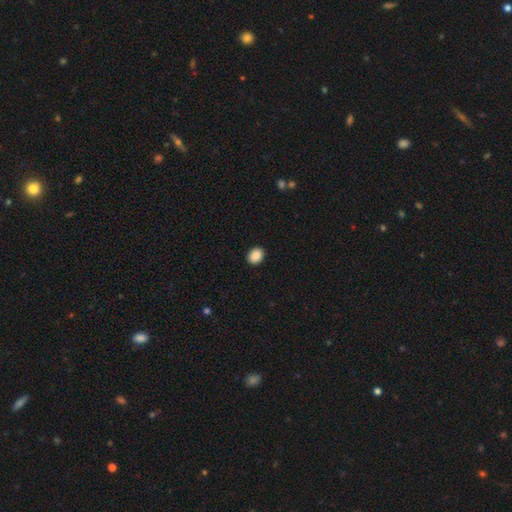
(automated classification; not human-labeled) Smooth or featured? smooth (89%)
How rounded? round (50%, tied with in between)
Merging? none (92%)